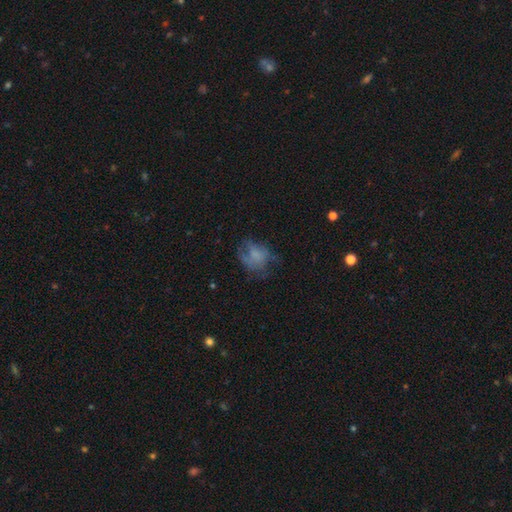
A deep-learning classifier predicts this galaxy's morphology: A smooth galaxy with no disk features (53%) that is in between round and cigar-shaped (52%).

Vote fractions:
- Smooth or featured? smooth: 53% / featured or disk: 34% / star or artifact: 12%
- How rounded? in between: 52% / round: 47% / cigar-shaped: 1%
- Merging? none: 41% / major disturbance: 31% / minor disturbance: 25% / merger: 2%